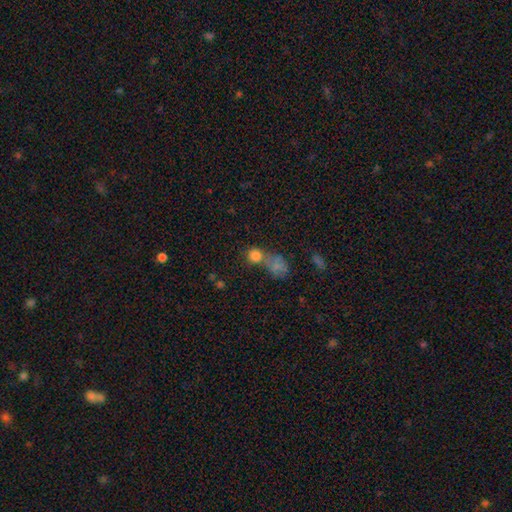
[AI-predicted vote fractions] A smooth galaxy with no disk features (78%) that is round (77%).

Vote fractions:
- Smooth or featured? smooth: 78% / star or artifact: 14% / featured or disk: 8%
- How rounded? round: 77% / in between: 22% / cigar-shaped: 2%
- Merging? merger: 46% / none: 39% / minor disturbance: 9% / major disturbance: 6%